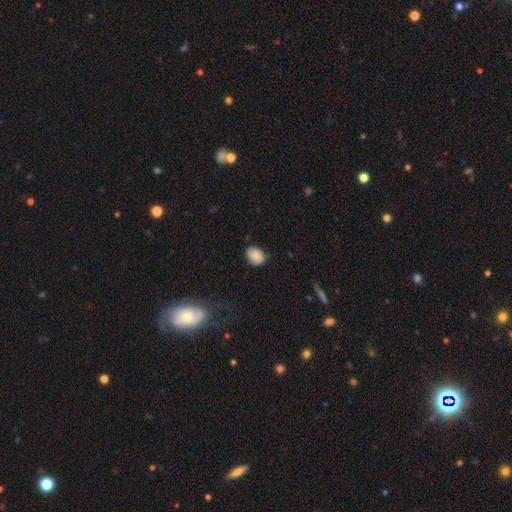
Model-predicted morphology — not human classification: smooth 86%, star or artifact 8%, featured or disk 5%. Down the decision tree: how rounded — in between (64%); merging — none (83%).